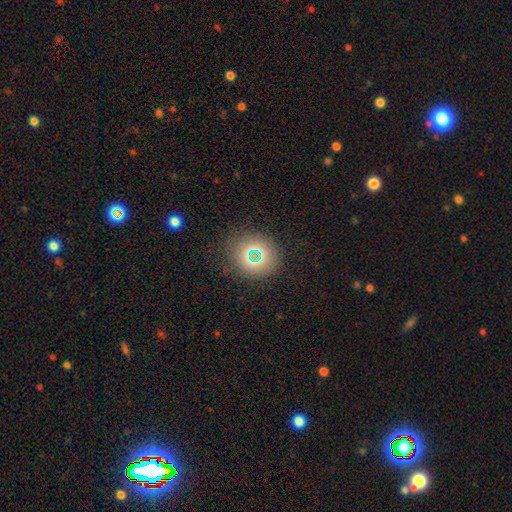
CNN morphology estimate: A smooth galaxy with no disk features (41%).

Vote fractions:
- Smooth or featured? smooth: 41% / featured or disk: 35% / star or artifact: 24%
- Merging? none: 82% / minor disturbance: 11% / major disturbance: 5% / merger: 2%